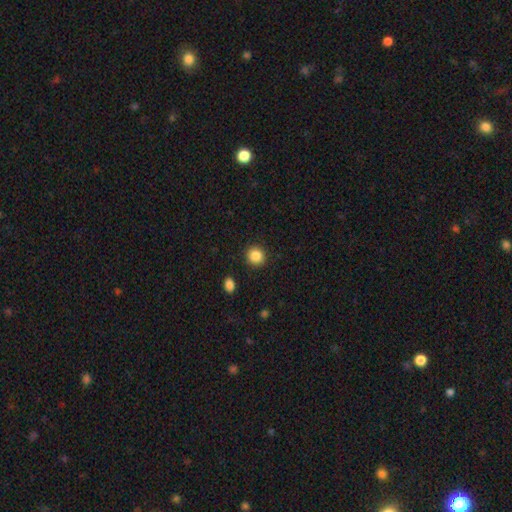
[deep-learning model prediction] Smooth or featured: smooth — 88% (star or artifact — 9%)
How rounded: round — 89% (in between — 10%)
Merging: none — 91% (minor disturbance — 6%)